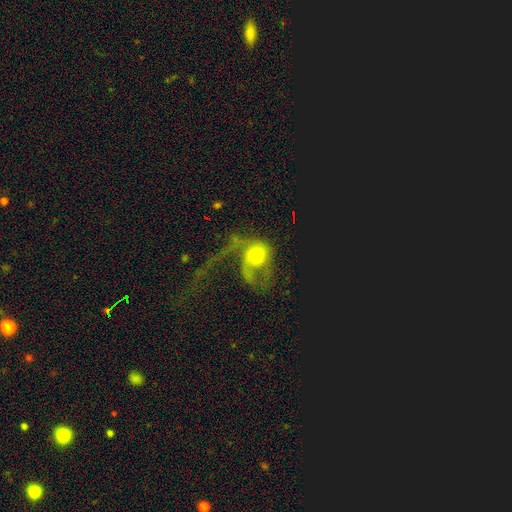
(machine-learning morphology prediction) This is possibly a featured or disk galaxy (57%). It is clearly not viewed edge-on (96%). Bar: likely no (70%). Spiral arm pattern: likely yes (63%). Central bulge: possibly moderate (46%). Merging: likely major disturbance (62%).